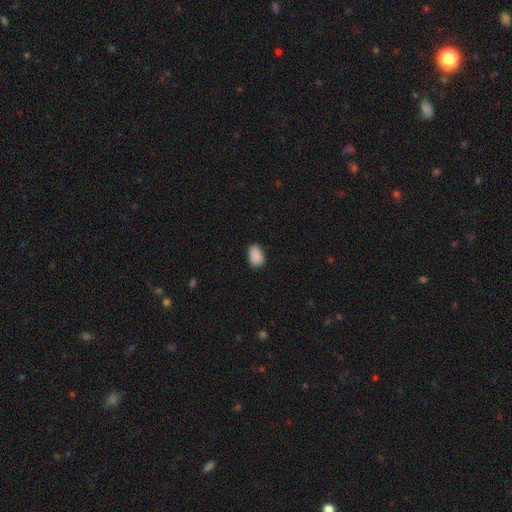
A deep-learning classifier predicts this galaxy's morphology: Smooth or featured? smooth (90%)
How rounded? in between (87%)
Merging? none (81%)